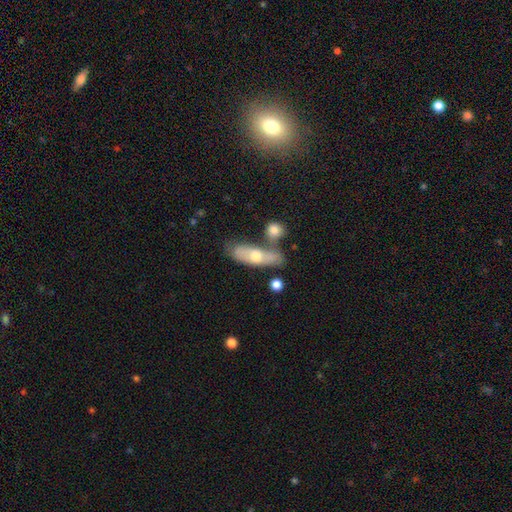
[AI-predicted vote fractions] smooth 55%, featured or disk 38%, star or artifact 6%. Down the decision tree: how rounded — in between (57%); merging — none (48%).